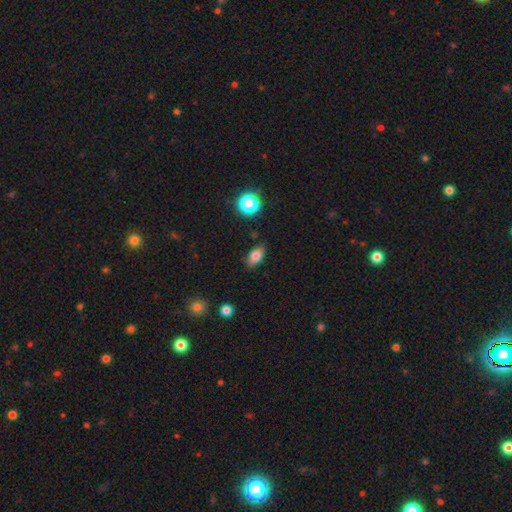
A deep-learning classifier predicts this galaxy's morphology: This appears to be a smooth galaxy with no disk features (77%) that is in between round and cigar-shaped (85%). Merging: none (84%).